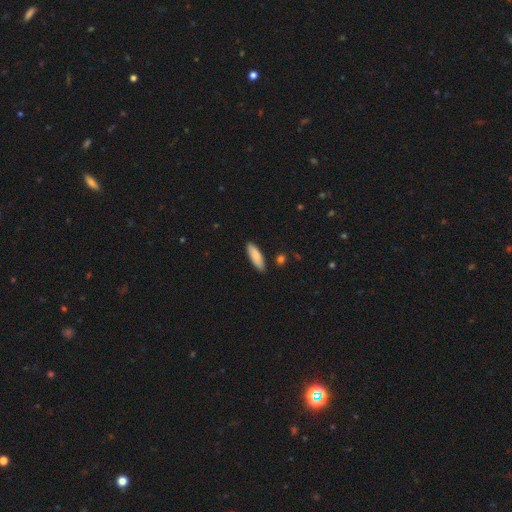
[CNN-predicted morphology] Smooth or featured? smooth (84%)
How rounded? in between (54%)
Merging? none (86%)